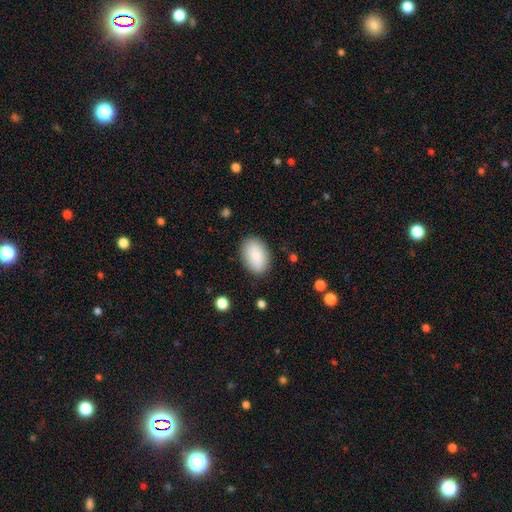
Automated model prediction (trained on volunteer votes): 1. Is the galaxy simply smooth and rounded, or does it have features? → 85% smooth, 8% featured or disk, 6% star or artifact.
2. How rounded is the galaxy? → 87% in between, 11% round, 1% cigar-shaped.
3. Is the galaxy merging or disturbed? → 84% none, 11% minor disturbance, 3% major disturbance, 1% merger.